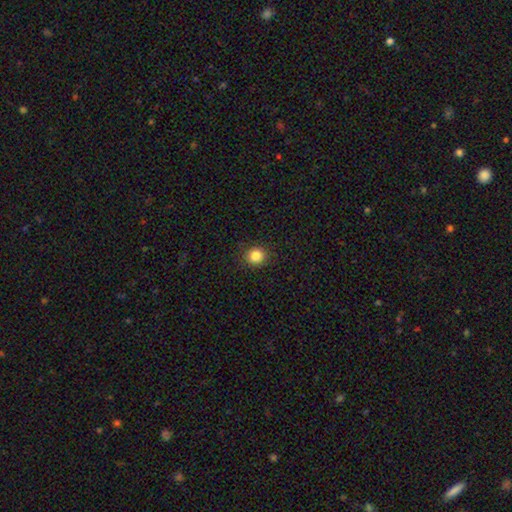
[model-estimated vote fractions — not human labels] Morphology: type=smooth (84%); roundness=round (89%); merging=none (91%).